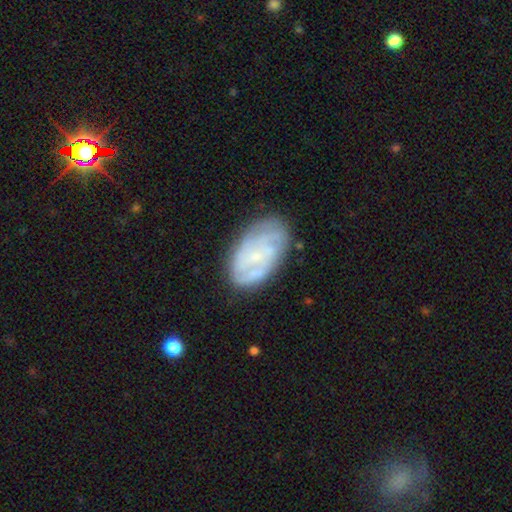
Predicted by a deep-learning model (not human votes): A featured or disk galaxy (67%) with no bar (64%), tight (56%) spiral arms (79%) and a small central bulge (68%). Merging: none (71%).